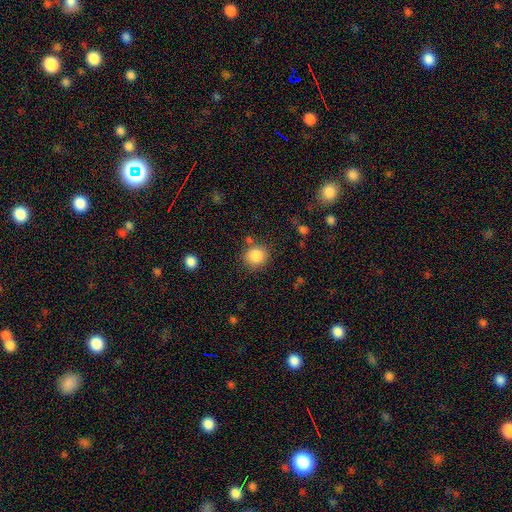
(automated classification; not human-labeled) This is clearly a smooth galaxy (86%). How rounded: clearly round (85%). Merging: clearly none (81%).